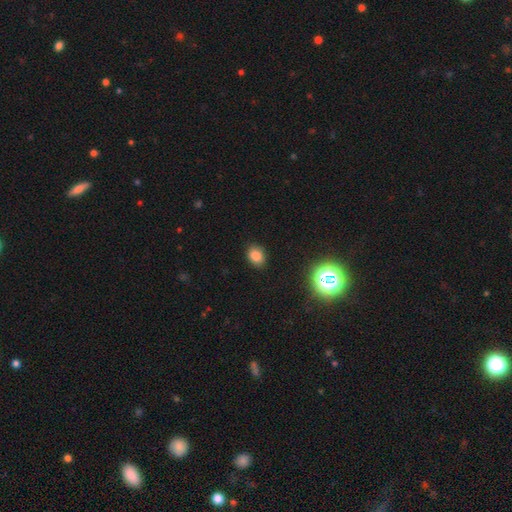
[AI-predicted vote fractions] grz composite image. It shows a smooth galaxy with no disk features (81%) that is in between round and cigar-shaped (67%). Merging: none (87%).